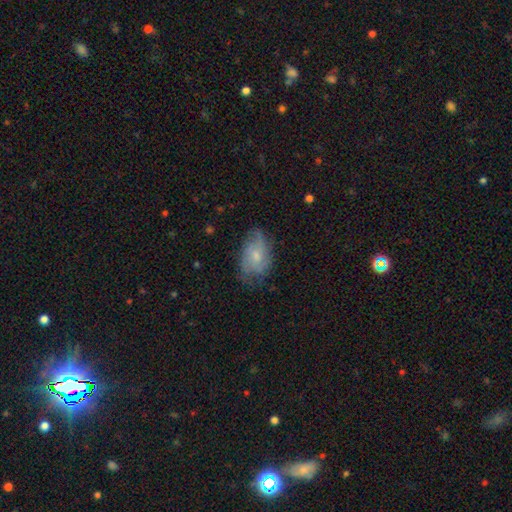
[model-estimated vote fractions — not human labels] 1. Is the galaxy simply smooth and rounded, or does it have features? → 54% featured or disk, 39% smooth, 8% star or artifact.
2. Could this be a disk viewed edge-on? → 95% no, 5% yes.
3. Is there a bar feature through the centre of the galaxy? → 70% no, 26% weak, 3% strong.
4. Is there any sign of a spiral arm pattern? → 81% yes, 19% no.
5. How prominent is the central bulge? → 50% small, 39% moderate, 7% none, 3% large, 1% dominant.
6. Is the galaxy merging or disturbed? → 60% none, 27% minor disturbance, 11% major disturbance, 1% merger.